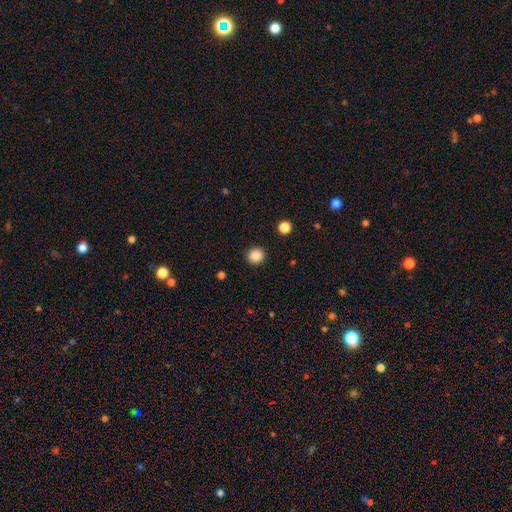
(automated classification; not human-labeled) This is clearly a smooth galaxy (87%). How rounded: clearly round (93%). Merging: clearly none (92%).